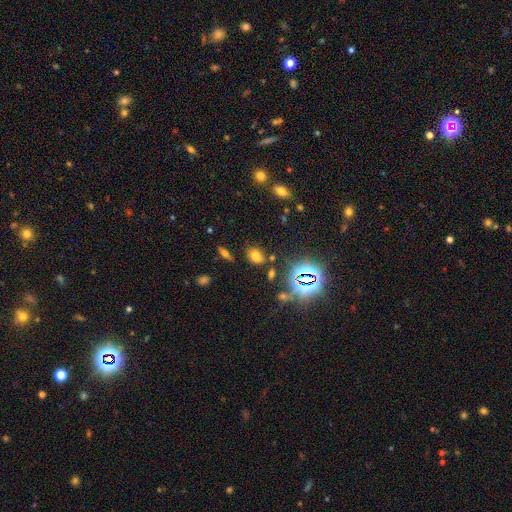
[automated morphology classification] This is possibly a smooth galaxy (57%). How rounded: likely in between (76%). Merging: likely none (73%).